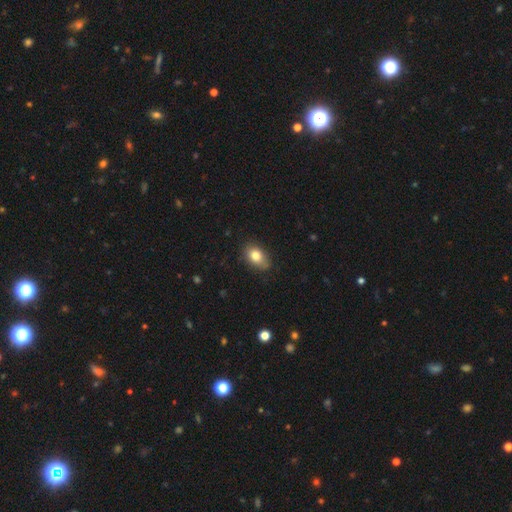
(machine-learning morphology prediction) Smooth or featured? smooth (81%)
How rounded? in between (83%)
Merging? none (77%)